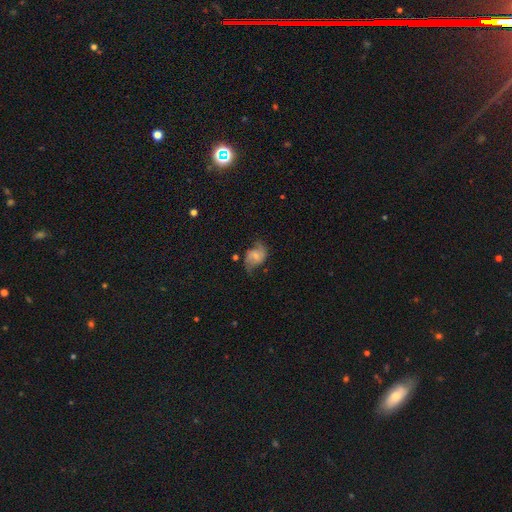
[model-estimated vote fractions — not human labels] The model was most divided on "spiral winding": loose: 45%, medium: 40%, tight: 15%. Remaining: edge-on disk — no (97%); spiral arms — yes (89%); spiral arm count — 2 (86%); smooth or featured — featured or disk (64%); merging — none (61%); bar — no (56%); bulge size — small (50%).